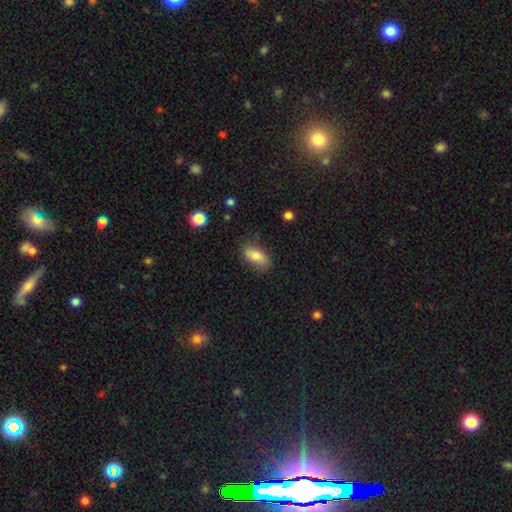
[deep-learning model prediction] Morphology: type=smooth (75%); roundness=in between (89%); merging=none (70%).